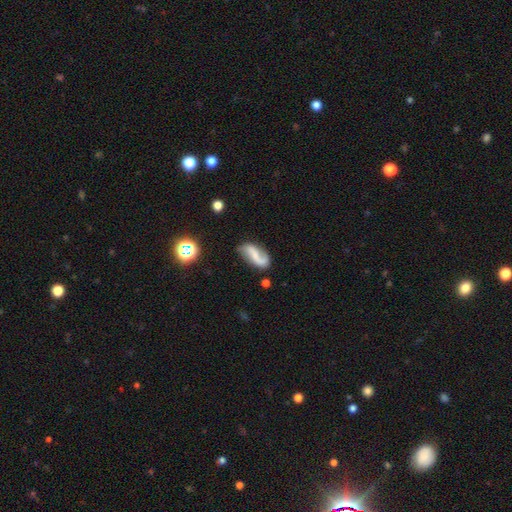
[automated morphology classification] A featured or disk galaxy (66%) with a weak bar (37%), 2 (82%) loose (70%) spiral arms (90%) and no central bulge (49%). Merging: none (65%).